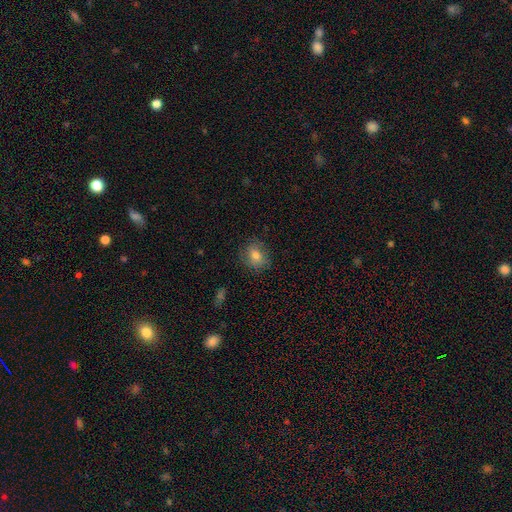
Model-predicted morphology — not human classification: Q: Smooth or featured?
A: smooth (76%); runner-up: featured or disk (13%)
Q: How rounded?
A: round (63%); runner-up: in between (36%)
Q: Merging?
A: none (80%); runner-up: minor disturbance (15%)